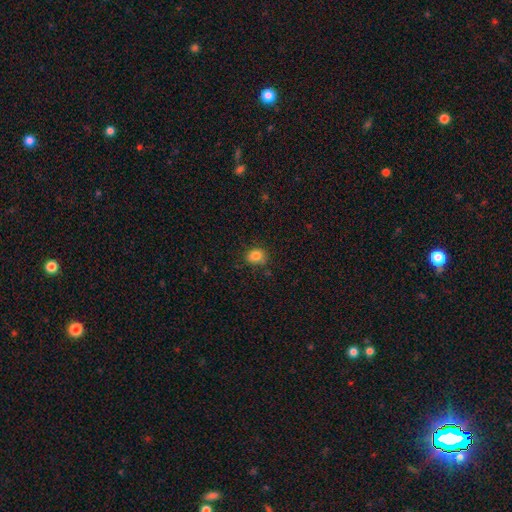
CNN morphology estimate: Q: Smooth or featured?
A: smooth (84%); runner-up: star or artifact (10%)
Q: How rounded?
A: round (55%); runner-up: in between (44%)
Q: Merging?
A: none (77%); runner-up: minor disturbance (16%)